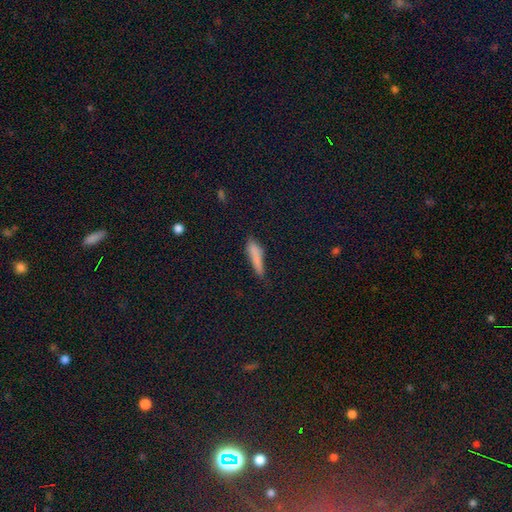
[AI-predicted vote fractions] Smooth or featured? Predicted: smooth (p=0.79). How rounded? Predicted: cigar-shaped (p=0.81). Merging? Predicted: none (p=0.58).